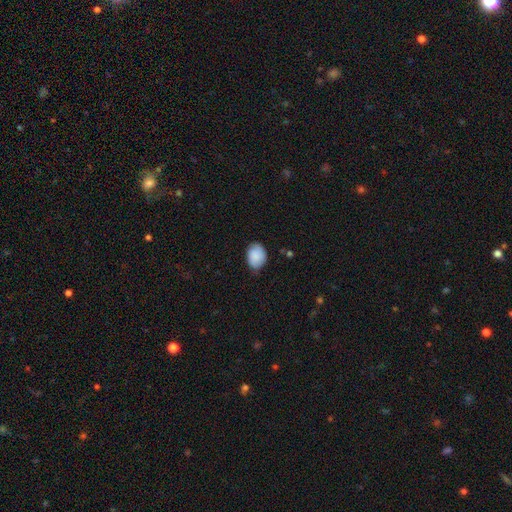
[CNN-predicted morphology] smooth_or_featured: smooth (p=0.87) [alt: star or artifact p=0.07]
how_rounded: in between (p=0.66) [alt: round p=0.33]
merging: none (p=0.69) [alt: minor disturbance p=0.26]